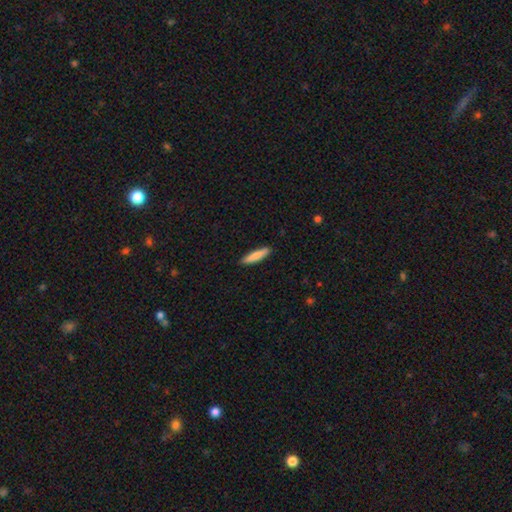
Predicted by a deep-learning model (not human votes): Smooth or featured: smooth — 79% (featured or disk — 16%)
How rounded: cigar-shaped — 85% (in between — 13%)
Merging: none — 91% (minor disturbance — 7%)